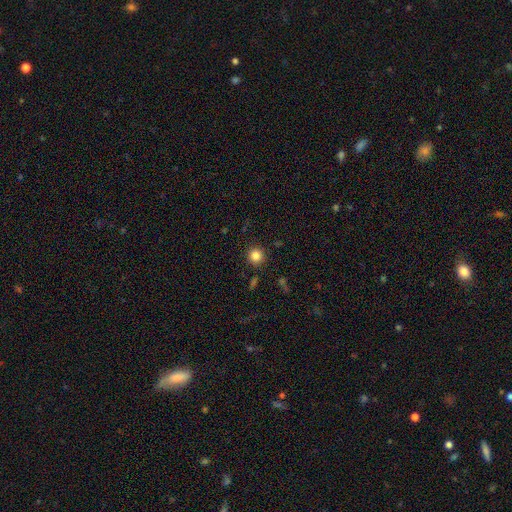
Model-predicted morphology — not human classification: The model was most divided on "smooth or featured": smooth: 84%, star or artifact: 11%, featured or disk: 4%. More confident: how rounded — round (94%); merging — none (90%).